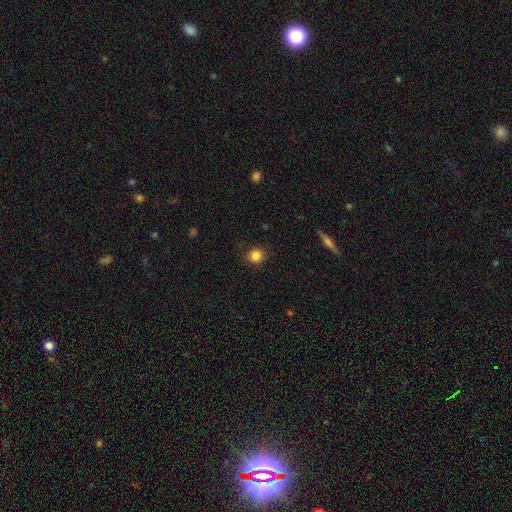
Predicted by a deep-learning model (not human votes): The model was most divided on "smooth or featured": smooth: 85%, star or artifact: 11%, featured or disk: 4%. More confident: how rounded — round (91%); merging — none (89%).